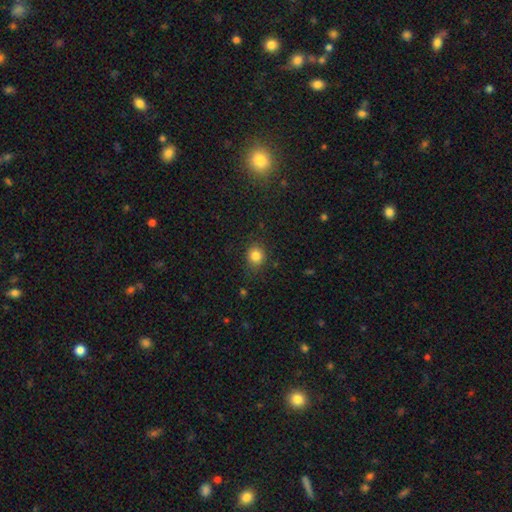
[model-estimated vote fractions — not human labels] Smooth or featured: smooth — 83% (star or artifact — 12%)
How rounded: round — 78% (in between — 21%)
Merging: none — 83% (minor disturbance — 12%)